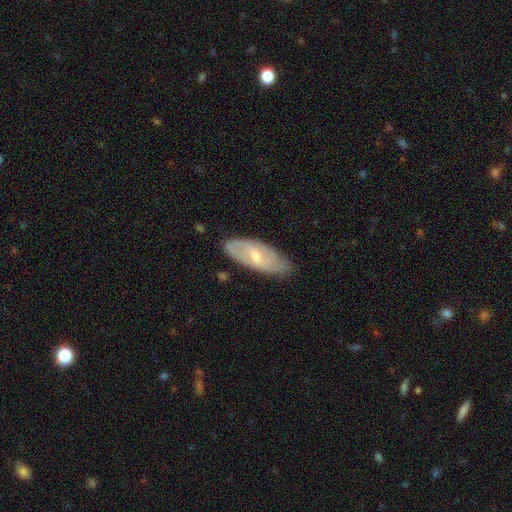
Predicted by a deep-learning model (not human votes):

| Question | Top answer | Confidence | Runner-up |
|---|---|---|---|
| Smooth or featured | featured or disk | 57% | smooth (37%) |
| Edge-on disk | no | 85% | yes (15%) |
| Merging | none | 76% | minor disturbance (19%) |